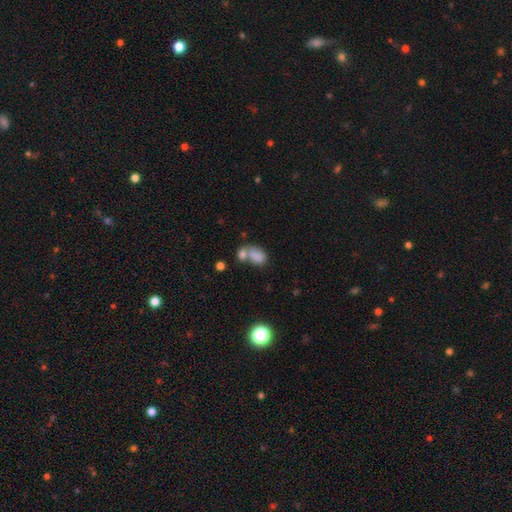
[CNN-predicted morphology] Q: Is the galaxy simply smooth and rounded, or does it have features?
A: smooth — 79%.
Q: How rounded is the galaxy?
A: in between — 80%.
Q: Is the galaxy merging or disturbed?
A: merger — 53%.